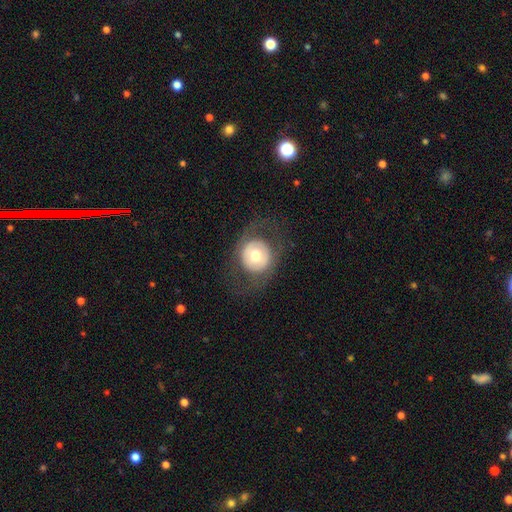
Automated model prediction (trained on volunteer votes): smooth-or-featured: smooth: 51% | featured or disk: 41% | star or artifact: 8%
  how-rounded: round: 84% | in between: 15% | cigar-shaped: 1%
  merging: none: 74% | major disturbance: 13% | minor disturbance: 12% | merger: 1%